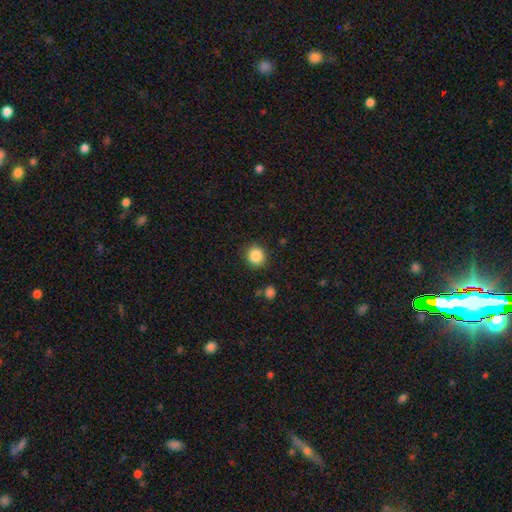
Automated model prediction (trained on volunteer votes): The model was most divided on "smooth or featured": smooth: 86%, star or artifact: 10%, featured or disk: 4%. More confident: how rounded — round (90%); merging — none (88%).